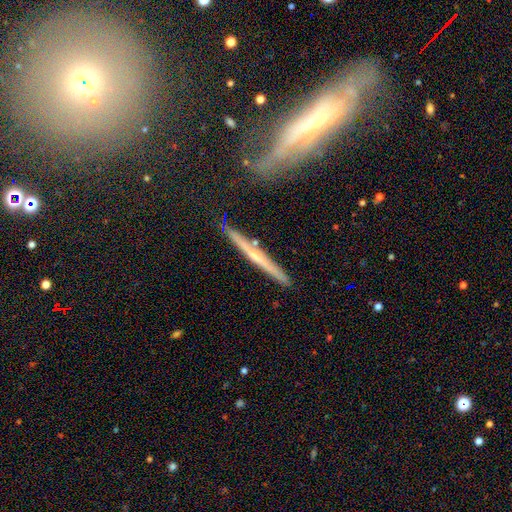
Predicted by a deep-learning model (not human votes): Q: Smooth or featured?
A: featured or disk (67%); runner-up: smooth (26%)
Q: Edge-on disk?
A: yes (96%); runner-up: no (4%)
Q: Edge-on bulge?
A: rounded (52%); runner-up: none (42%)
Q: Merging?
A: none (86%); runner-up: minor disturbance (9%)